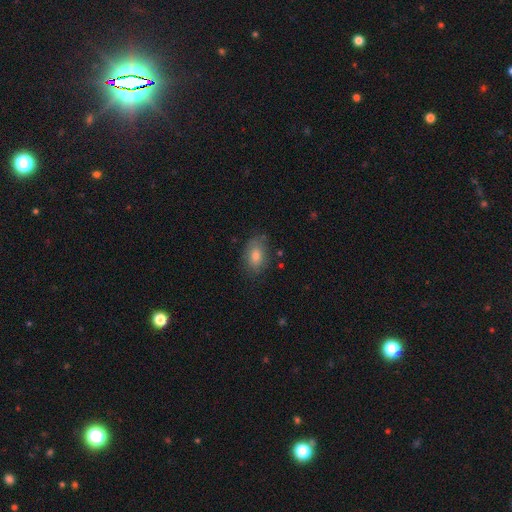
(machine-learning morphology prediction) A smooth galaxy with no disk features (72%) that is in between round and cigar-shaped (84%). Merging: none (77%).